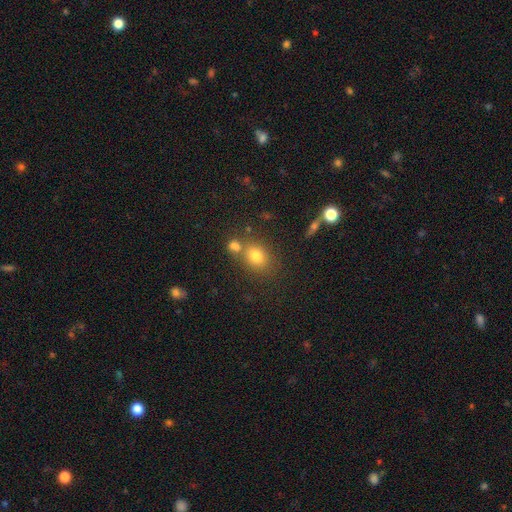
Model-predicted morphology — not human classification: Smooth or featured? Predicted: smooth (p=0.75). How rounded? Predicted: round (p=0.51). Merging? Predicted: none (p=0.63).